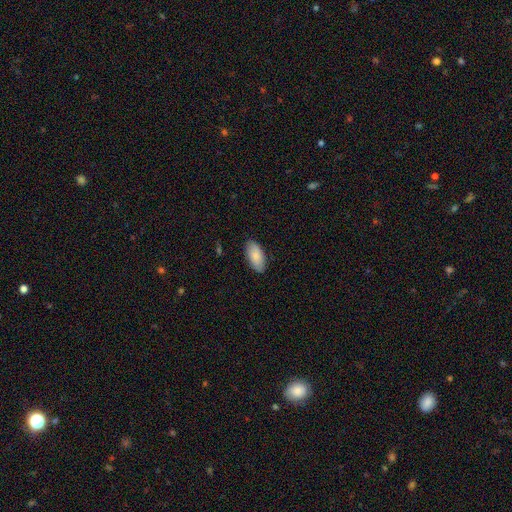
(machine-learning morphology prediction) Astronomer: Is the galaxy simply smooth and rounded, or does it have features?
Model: smooth — 85%.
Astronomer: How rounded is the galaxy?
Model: in between — 93%.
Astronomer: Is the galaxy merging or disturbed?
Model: none — 86%.